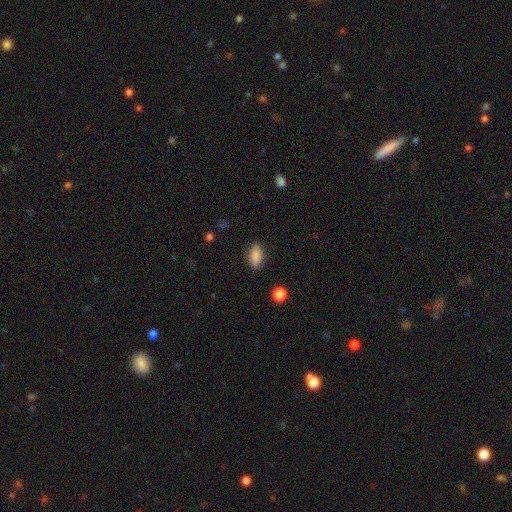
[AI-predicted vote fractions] Smooth or featured? smooth (84%)
How rounded? in between (80%)
Merging? none (84%)